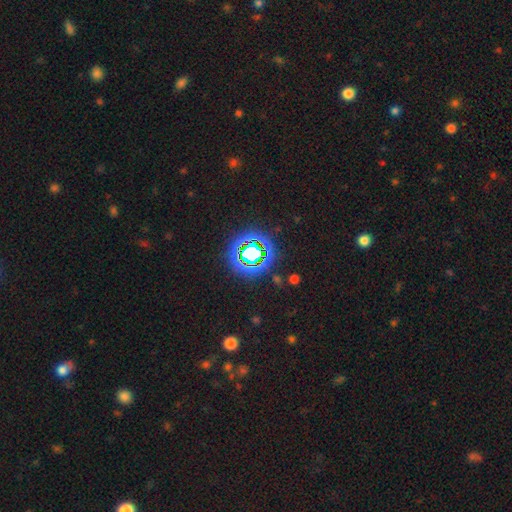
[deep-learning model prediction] Smooth or featured?
  - star or artifact: 75% *
  - smooth: 17%
  - featured or disk: 8%